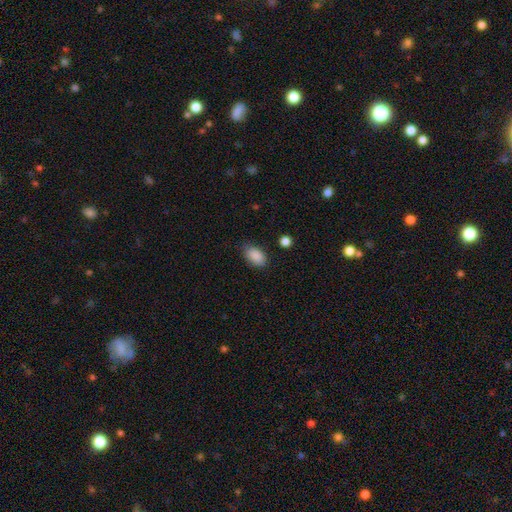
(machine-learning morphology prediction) type=smooth (89%); roundness=in between (91%); merging=none (79%).